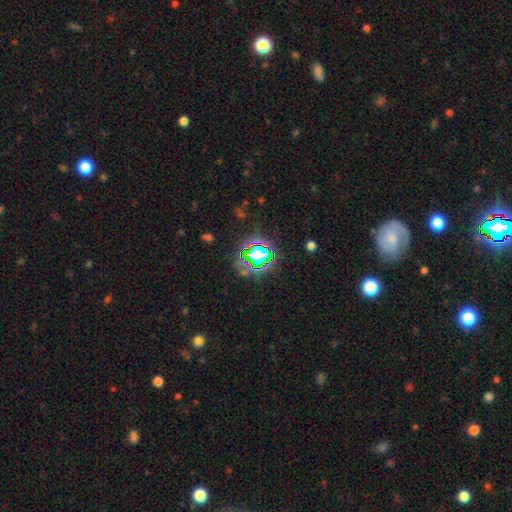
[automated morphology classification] smooth_or_featured: star or artifact (p=0.66) [alt: smooth p=0.22]